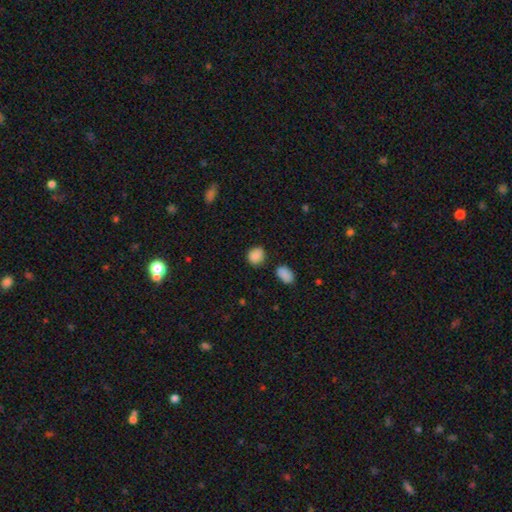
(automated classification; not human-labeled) Overall: smooth (87%). How rounded: round (69%; in between 30%). Merging: none (78%).